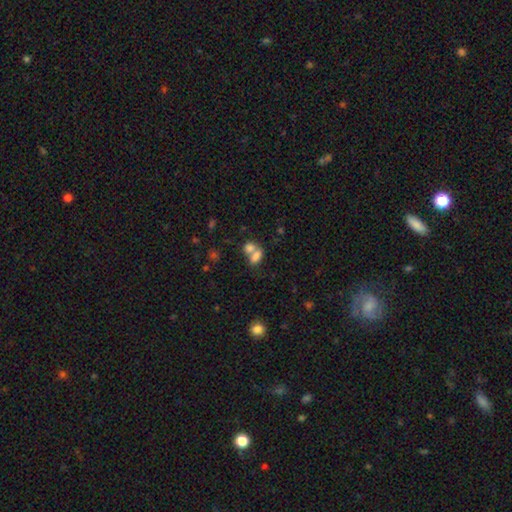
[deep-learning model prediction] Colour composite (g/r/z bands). It shows a smooth galaxy with no disk features (76%) that is in between round and cigar-shaped (79%). Merging: merger (61%).